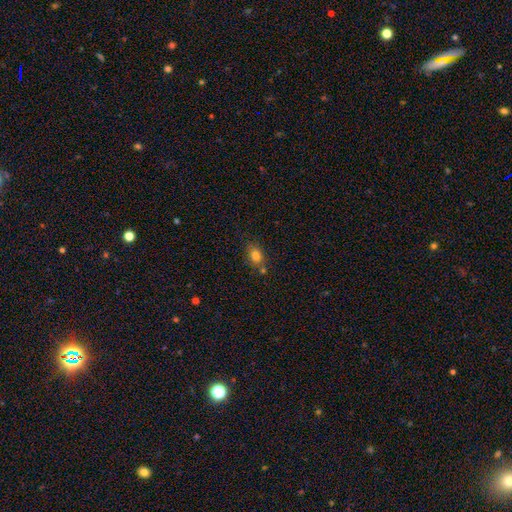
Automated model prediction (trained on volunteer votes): Smooth or featured: smooth — 81% (star or artifact — 11%)
How rounded: in between — 68% (round — 30%)
Merging: none — 67% (minor disturbance — 16%)